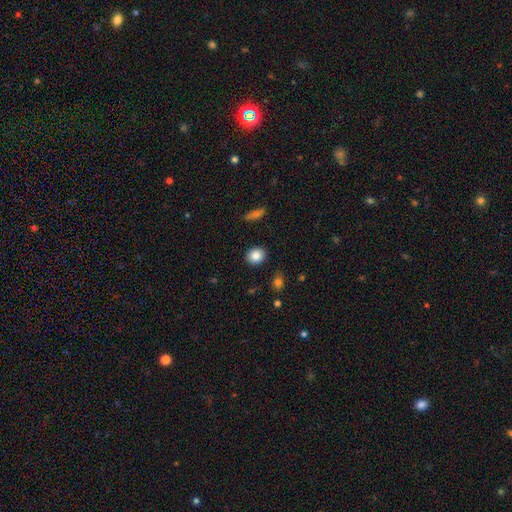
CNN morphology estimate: smooth 85%, star or artifact 9%, featured or disk 6%. Down the decision tree: how rounded — round (72%); merging — none (90%).